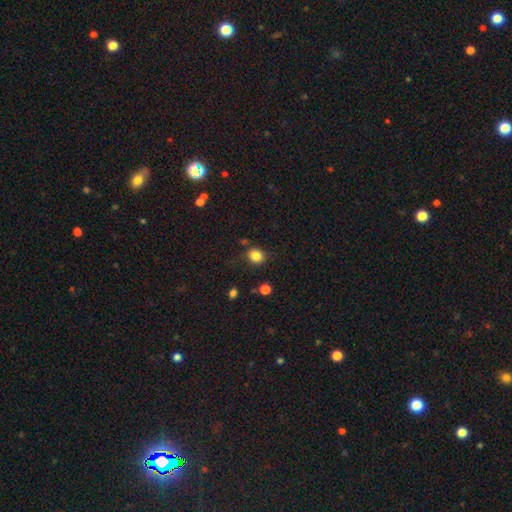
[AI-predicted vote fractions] This is clearly a smooth galaxy (84%). How rounded: likely round (69%). Merging: clearly none (81%).